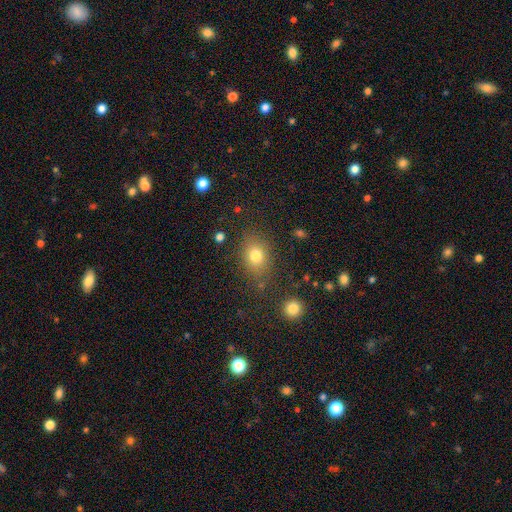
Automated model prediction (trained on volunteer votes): The model was most divided on "how rounded": in between: 58%, round: 40%, cigar-shaped: 2%. More confident: merging — none (78%); smooth or featured — smooth (78%).